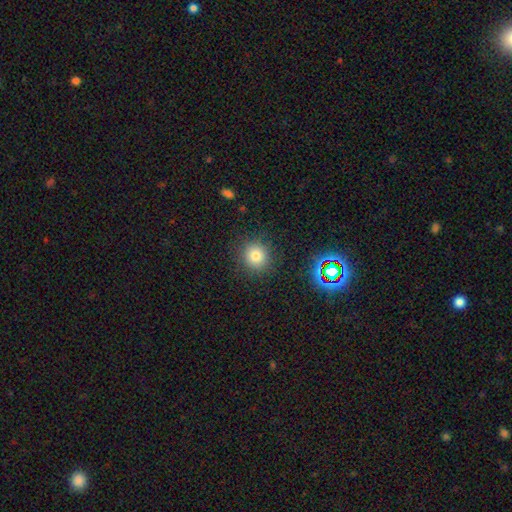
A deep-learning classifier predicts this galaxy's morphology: Smooth or featured?
  - smooth: 77% *
  - star or artifact: 16%
  - featured or disk: 7%
How rounded?
  - round: 90% *
  - in between: 9%
  - cigar-shaped: 1%
Merging?
  - none: 88% *
  - minor disturbance: 8%
  - major disturbance: 3%
  - merger: 1%